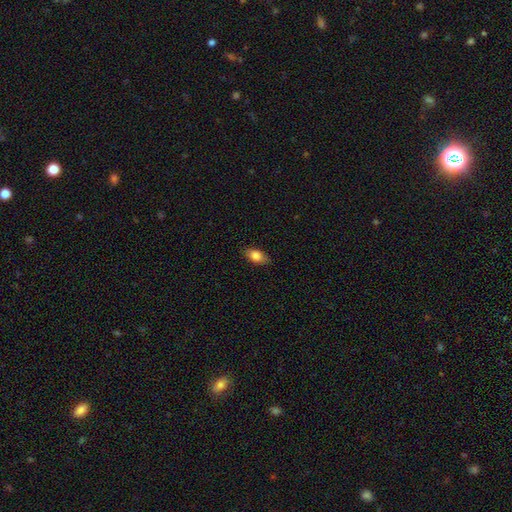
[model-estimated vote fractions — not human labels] A smooth galaxy with no disk features (82%) that is in between round and cigar-shaped (87%). Merging: none (83%).